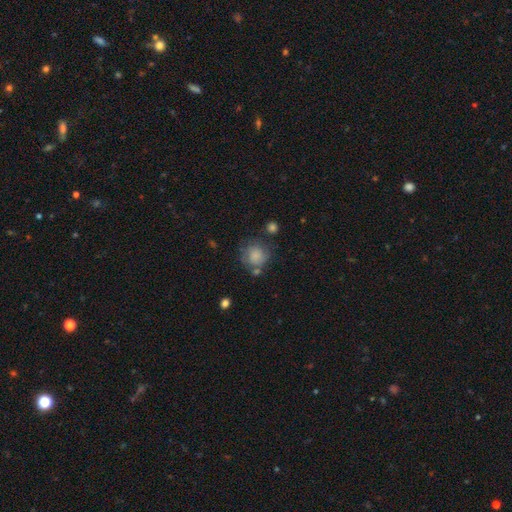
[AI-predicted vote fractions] Smooth or featured: smooth — 78% (featured or disk — 14%)
How rounded: round — 85% (in between — 14%)
Merging: none — 57% (minor disturbance — 22%)